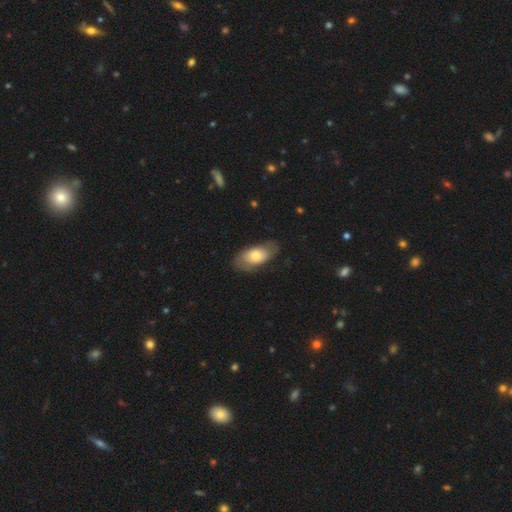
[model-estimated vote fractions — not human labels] Q: Smooth or featured?
A: smooth (65%); runner-up: featured or disk (30%)
Q: How rounded?
A: in between (91%); runner-up: round (5%)
Q: Merging?
A: none (72%); runner-up: minor disturbance (20%)